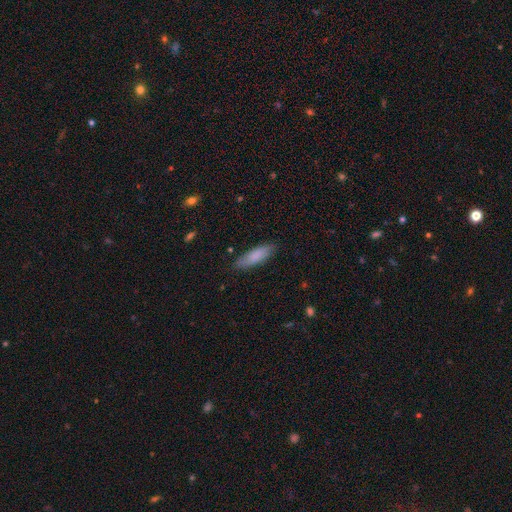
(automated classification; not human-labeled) Overall: smooth (83%). How rounded: cigar-shaped (54%; in between 44%). Merging: none (84%).